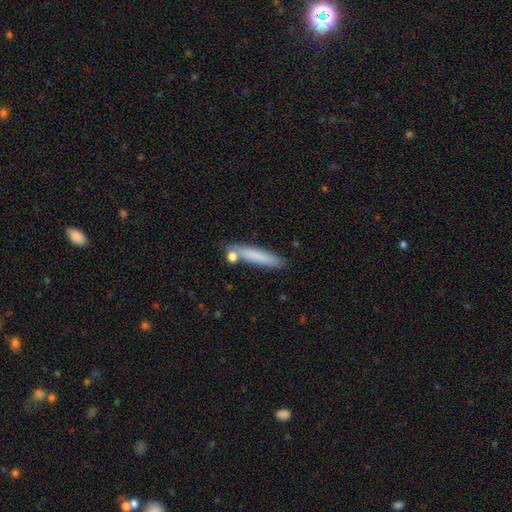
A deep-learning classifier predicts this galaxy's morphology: Smooth or featured: smooth — 76% (featured or disk — 17%)
How rounded: cigar-shaped — 89% (in between — 10%)
Merging: none — 76% (minor disturbance — 13%)